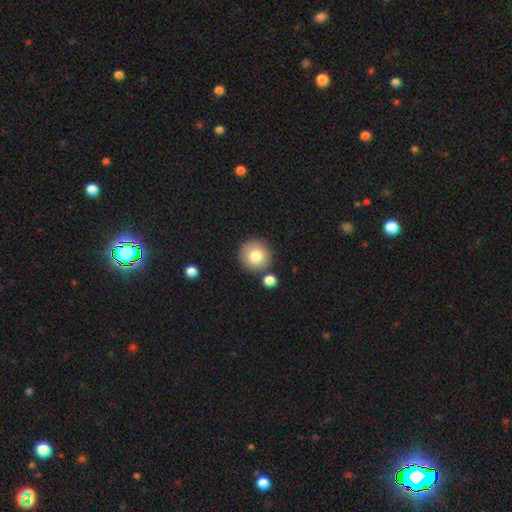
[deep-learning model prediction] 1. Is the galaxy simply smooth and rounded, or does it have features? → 81% smooth, 10% featured or disk, 9% star or artifact.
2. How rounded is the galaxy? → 94% round, 5% in between, 1% cigar-shaped.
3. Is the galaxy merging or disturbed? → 81% none, 8% merger, 8% minor disturbance, 2% major disturbance.